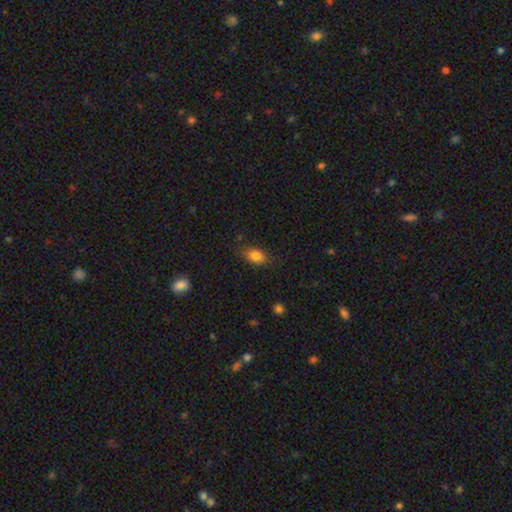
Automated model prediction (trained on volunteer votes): Smooth or featured: smooth — 84% (star or artifact — 9%)
How rounded: in between — 85% (round — 12%)
Merging: none — 80% (minor disturbance — 15%)